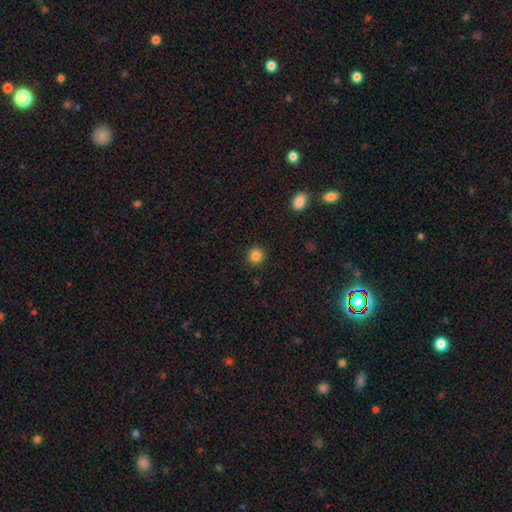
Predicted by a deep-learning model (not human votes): Morphology: type=smooth (85%); roundness=round (93%); merging=none (92%).